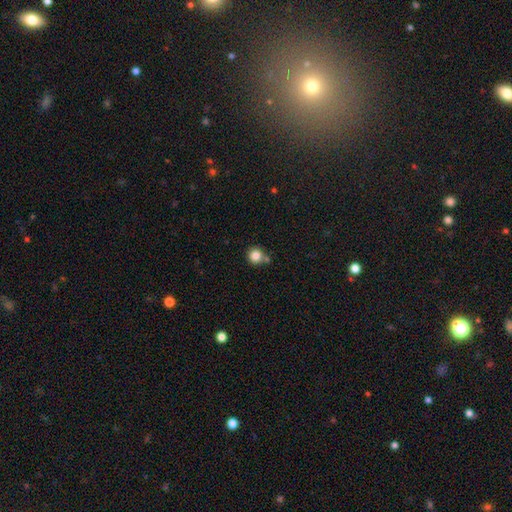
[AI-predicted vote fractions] Overall: smooth (84%). How rounded: round (93%). Merging: none (69%).